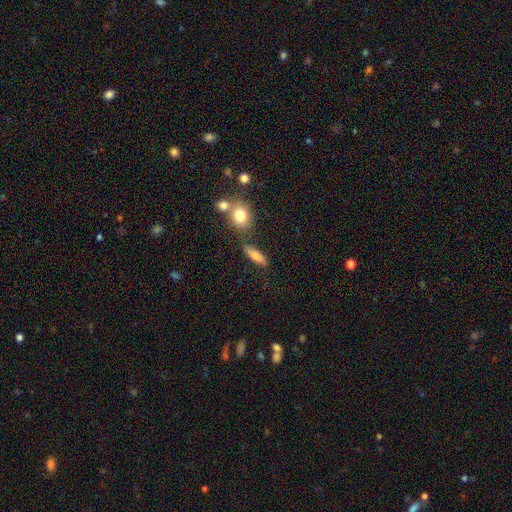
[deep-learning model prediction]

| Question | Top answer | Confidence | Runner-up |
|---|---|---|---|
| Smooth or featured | smooth | 75% | featured or disk (16%) |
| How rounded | in between | 50% | cigar-shaped (42%) |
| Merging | none | 68% | minor disturbance (14%) |